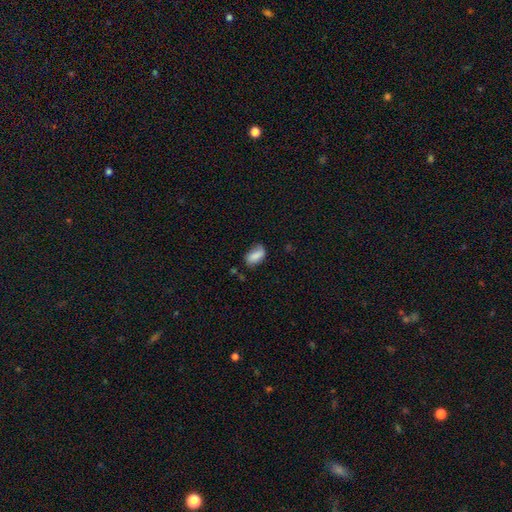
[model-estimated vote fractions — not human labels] This appears to be a smooth galaxy with no disk features (81%) that is in between round and cigar-shaped (89%). Merging: none (60%).